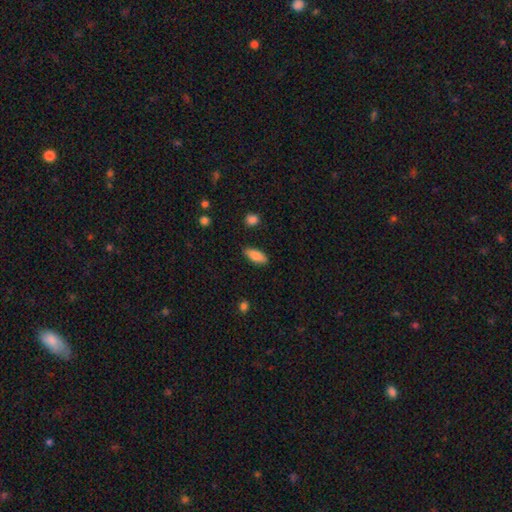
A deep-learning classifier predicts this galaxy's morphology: smooth-or-featured: smooth: 83% | featured or disk: 10% | star or artifact: 7%
  how-rounded: in between: 79% | cigar-shaped: 18% | round: 2%
  merging: none: 85% | minor disturbance: 11% | major disturbance: 2% | merger: 2%